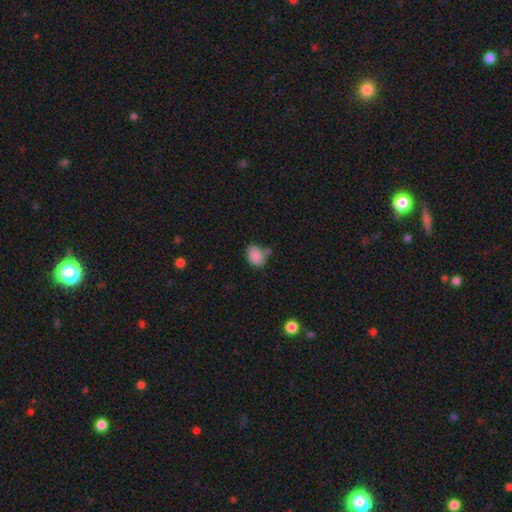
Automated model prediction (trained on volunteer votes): Smooth or featured? Predicted: smooth (p=0.85). How rounded? Predicted: in between (p=0.71). Merging? Predicted: none (p=0.56).